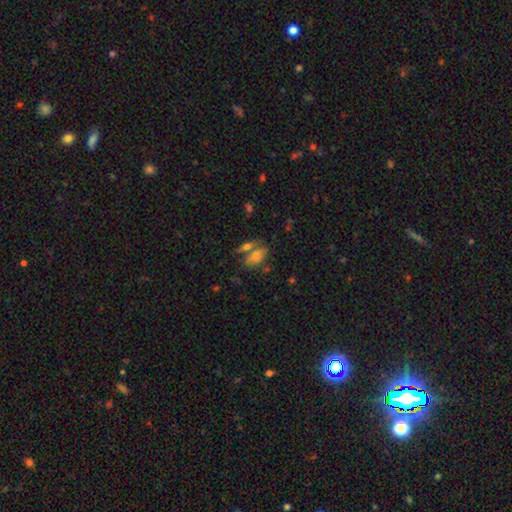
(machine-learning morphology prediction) type=smooth (61%); roundness=in between (80%); merging=none (47%).